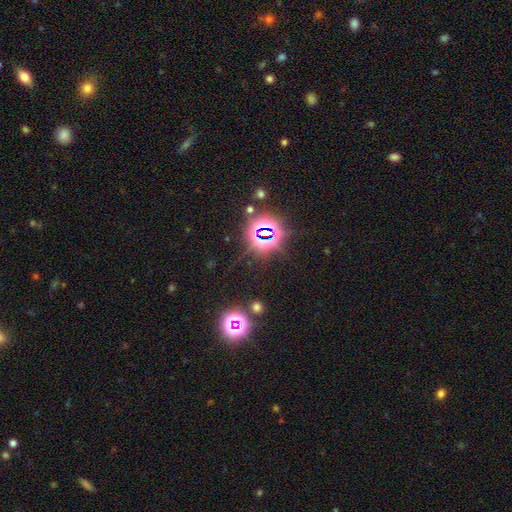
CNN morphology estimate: Smooth or featured? Predicted: star or artifact (p=0.81).